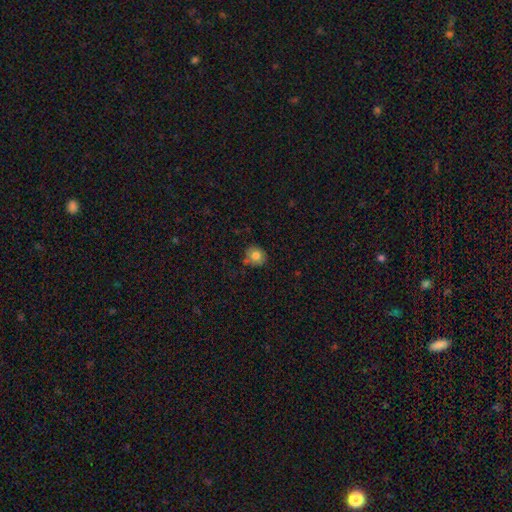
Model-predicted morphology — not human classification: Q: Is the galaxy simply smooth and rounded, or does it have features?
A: smooth — 80%.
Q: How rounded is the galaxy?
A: round — 82%.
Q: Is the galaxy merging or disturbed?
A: none — 74%.